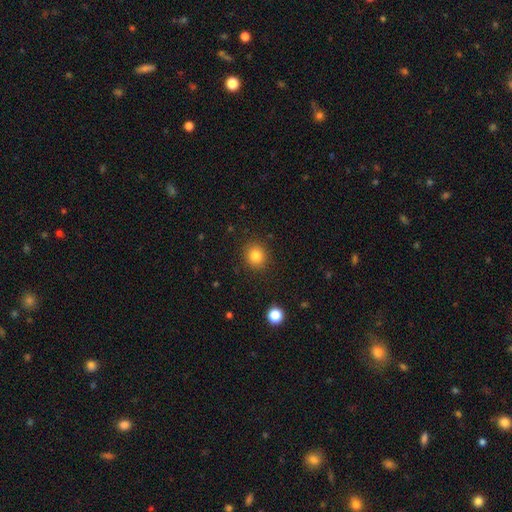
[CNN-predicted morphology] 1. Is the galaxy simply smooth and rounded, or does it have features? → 82% smooth, 12% star or artifact, 6% featured or disk.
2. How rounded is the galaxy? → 80% round, 19% in between, 1% cigar-shaped.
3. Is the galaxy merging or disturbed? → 89% none, 7% minor disturbance, 2% major disturbance, 1% merger.